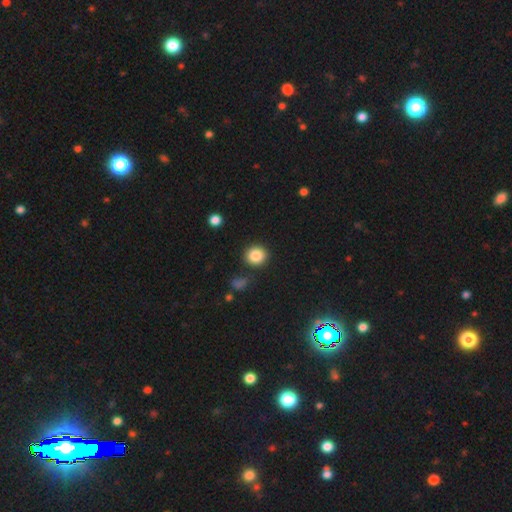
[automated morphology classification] smooth-or-featured: smooth: 85% | star or artifact: 10% | featured or disk: 5%
  how-rounded: round: 84% | in between: 15% | cigar-shaped: 1%
  merging: none: 85% | minor disturbance: 9% | merger: 3% | major disturbance: 3%